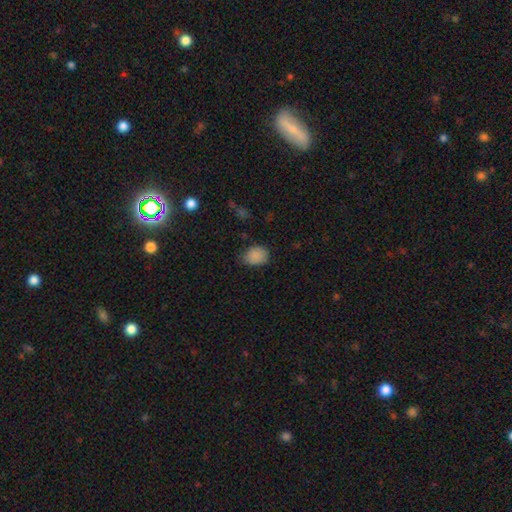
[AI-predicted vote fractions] smooth-or-featured: smooth: 86% | star or artifact: 10% | featured or disk: 4%
  how-rounded: in between: 53% | round: 46% | cigar-shaped: 1%
  merging: none: 69% | minor disturbance: 26% | major disturbance: 4% | merger: 1%